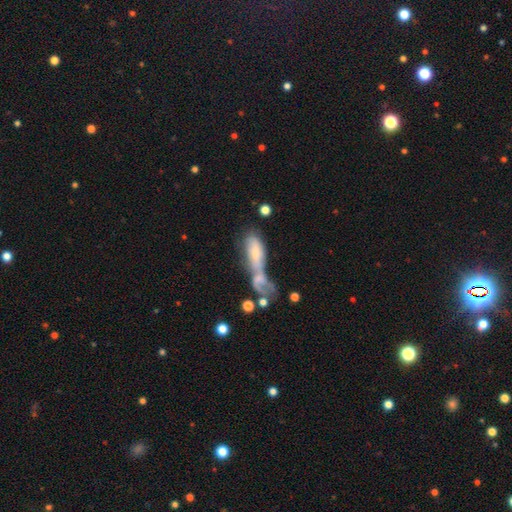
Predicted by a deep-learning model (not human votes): The model was most divided on "smooth or featured": smooth: 56%, featured or disk: 34%, star or artifact: 9%. More confident: how rounded — in between (69%); merging — merger (67%).